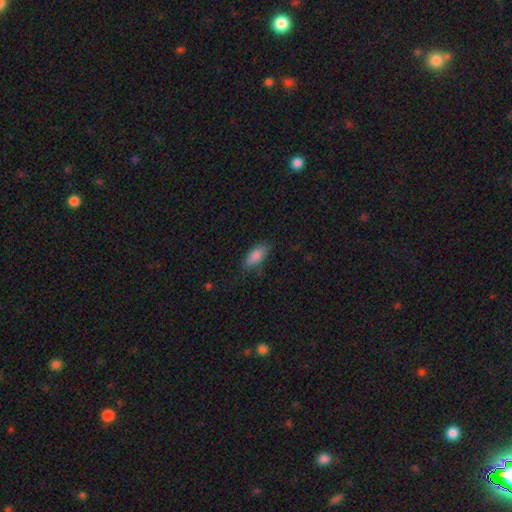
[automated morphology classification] A smooth galaxy with no disk features (85%) that is in between round and cigar-shaped (80%). Merging: none (76%).